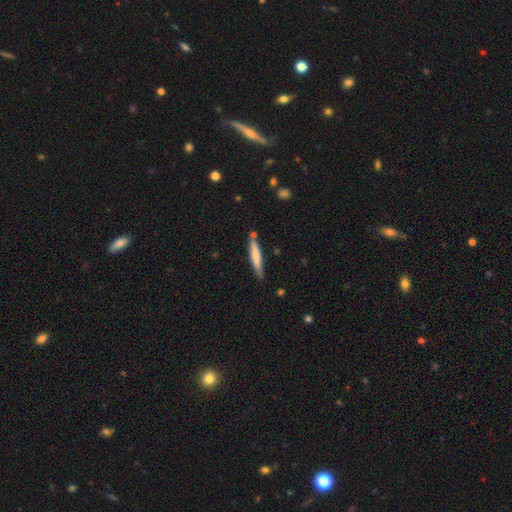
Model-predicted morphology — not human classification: smooth_or_featured: smooth (p=0.65) [alt: featured or disk p=0.30]
how_rounded: cigar-shaped (p=0.93) [alt: in between p=0.06]
merging: none (p=0.74) [alt: minor disturbance p=0.17]